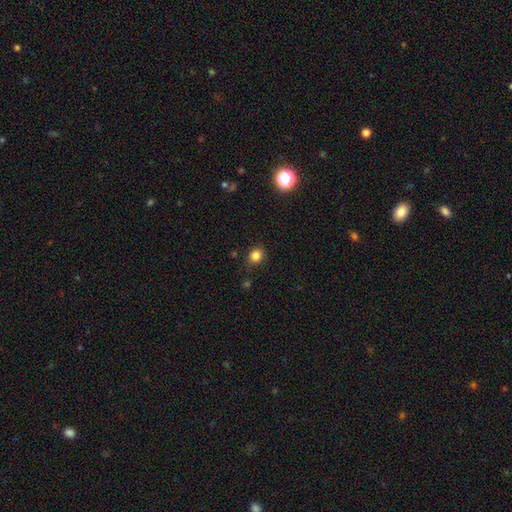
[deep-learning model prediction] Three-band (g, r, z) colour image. It shows a smooth galaxy with no disk features (83%) that is round (76%). Merging: none (83%).